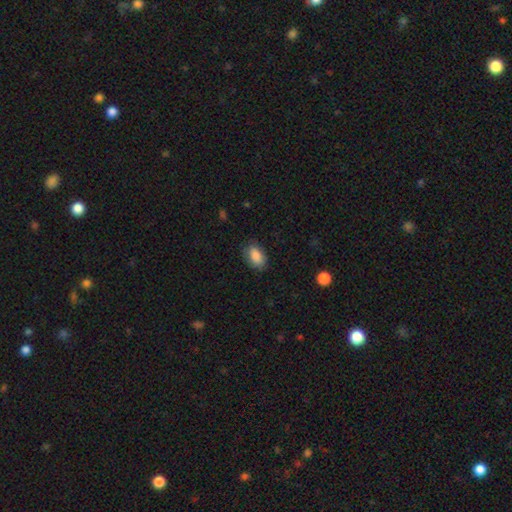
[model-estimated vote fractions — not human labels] Q: Smooth or featured?
A: smooth (88%); runner-up: star or artifact (7%)
Q: How rounded?
A: in between (91%); runner-up: round (7%)
Q: Merging?
A: none (82%); runner-up: minor disturbance (13%)